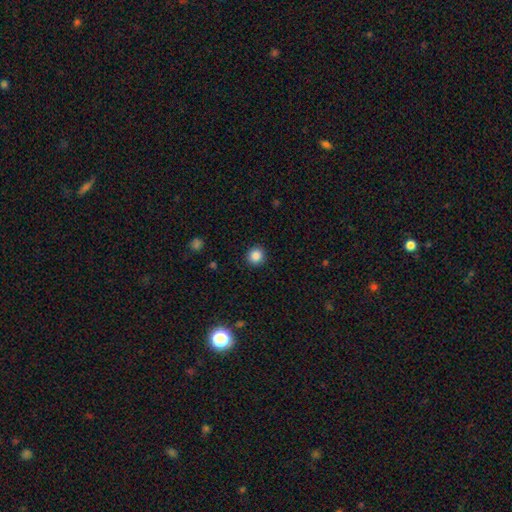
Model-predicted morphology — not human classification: Smooth or featured? Predicted: smooth (p=0.86). How rounded? Predicted: round (p=0.91). Merging? Predicted: none (p=0.91).